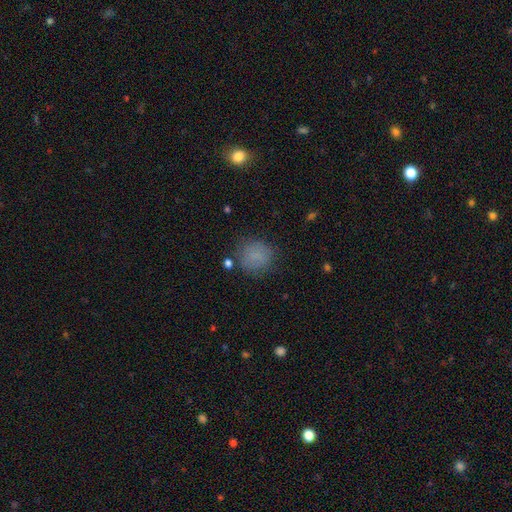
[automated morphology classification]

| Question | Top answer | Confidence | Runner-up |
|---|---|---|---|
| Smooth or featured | smooth | 78% | star or artifact (13%) |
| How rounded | round | 85% | in between (14%) |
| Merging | none | 77% | minor disturbance (15%) |